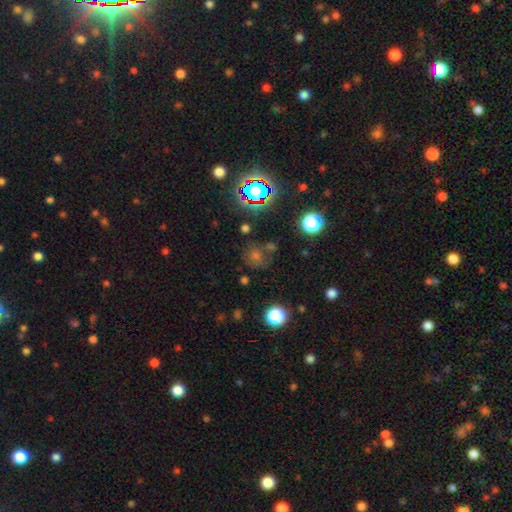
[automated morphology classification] Overall: smooth (50%; star or artifact 38%). How rounded: round (85%). Merging: none (71%).